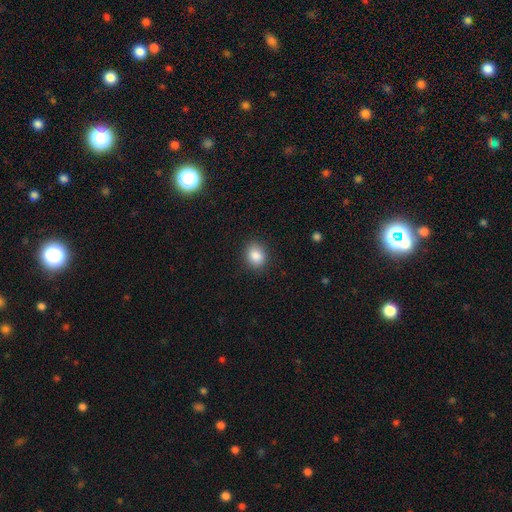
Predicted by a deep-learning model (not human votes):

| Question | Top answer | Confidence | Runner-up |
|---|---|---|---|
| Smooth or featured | smooth | 87% | star or artifact (9%) |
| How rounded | round | 58% | in between (41%) |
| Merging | none | 86% | minor disturbance (10%) |